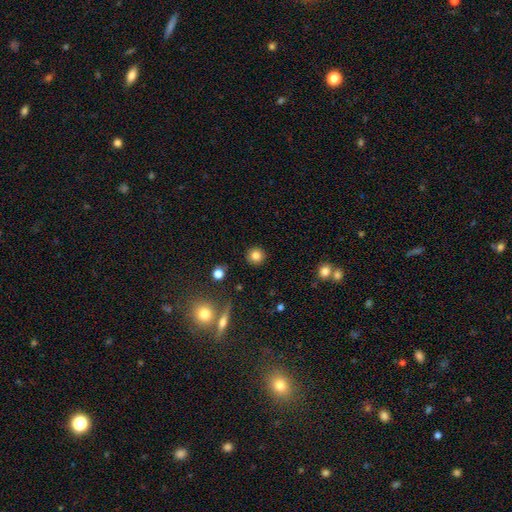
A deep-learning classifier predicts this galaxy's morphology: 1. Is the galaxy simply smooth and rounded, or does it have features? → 82% smooth, 11% star or artifact, 7% featured or disk.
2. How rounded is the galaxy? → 93% round, 6% in between, 1% cigar-shaped.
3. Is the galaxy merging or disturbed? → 90% none, 6% minor disturbance, 2% major disturbance, 2% merger.